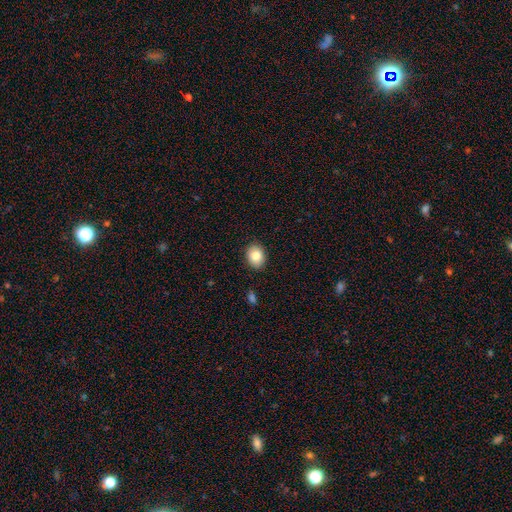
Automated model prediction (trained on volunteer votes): Smooth or featured: smooth — 84% (star or artifact — 8%)
How rounded: in between — 52% (round — 47%)
Merging: none — 89% (minor disturbance — 8%)